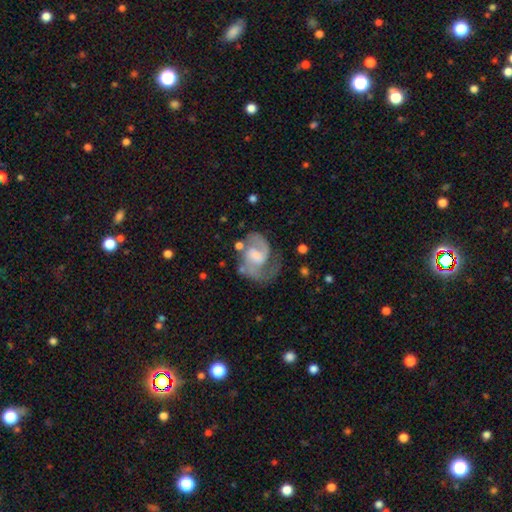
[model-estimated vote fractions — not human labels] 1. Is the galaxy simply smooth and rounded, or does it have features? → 84% featured or disk, 11% smooth, 5% star or artifact.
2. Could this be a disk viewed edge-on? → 98% no, 2% yes.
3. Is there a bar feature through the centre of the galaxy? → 53% weak, 35% no, 13% strong.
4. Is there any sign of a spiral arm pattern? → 95% yes, 5% no.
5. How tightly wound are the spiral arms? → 55% medium, 24% tight, 21% loose.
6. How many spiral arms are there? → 81% 2, 11% 1, 5% can't tell, 2% 3, 1% 4, 1% more than 4.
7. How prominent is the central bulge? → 38% moderate, 32% small, 17% none, 11% large, 2% dominant.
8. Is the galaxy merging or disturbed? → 59% none, 22% minor disturbance, 16% major disturbance, 4% merger.